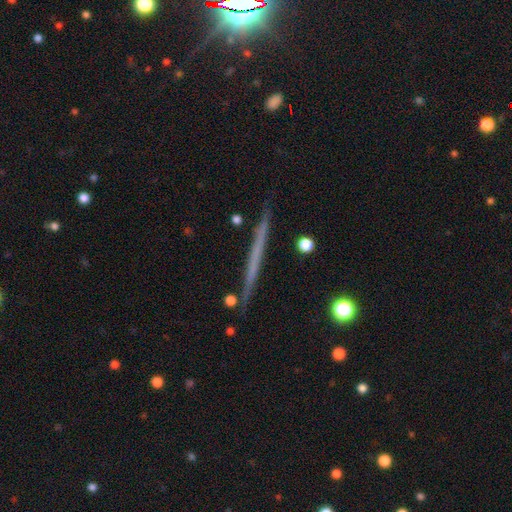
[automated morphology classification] Q: Smooth or featured?
A: featured or disk (55%); runner-up: smooth (35%)
Q: Edge-on disk?
A: yes (97%); runner-up: no (3%)
Q: Edge-on bulge?
A: none (87%); runner-up: rounded (9%)
Q: Merging?
A: none (89%); runner-up: minor disturbance (8%)